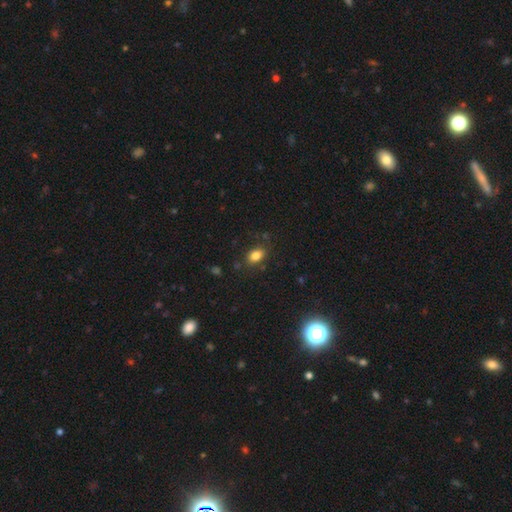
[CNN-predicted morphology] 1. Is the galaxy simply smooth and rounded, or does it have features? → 82% smooth, 11% star or artifact, 8% featured or disk.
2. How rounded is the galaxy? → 79% in between, 20% round, 1% cigar-shaped.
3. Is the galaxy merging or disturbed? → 80% none, 13% minor disturbance, 4% major disturbance, 2% merger.